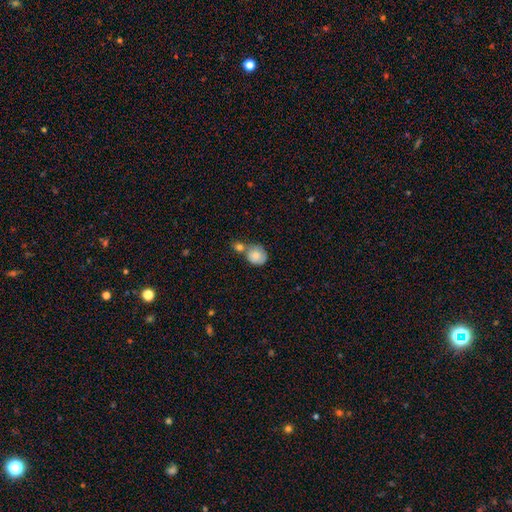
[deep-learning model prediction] Smooth or featured? Predicted: smooth (p=0.81). How rounded? Predicted: round (p=0.73). Merging? Predicted: merger (p=0.43).